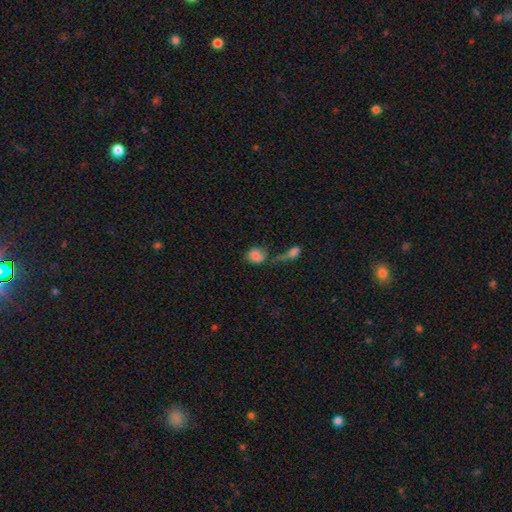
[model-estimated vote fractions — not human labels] This appears to be a smooth galaxy with no disk features (79%) that is round (57%). Merging: none (39%).